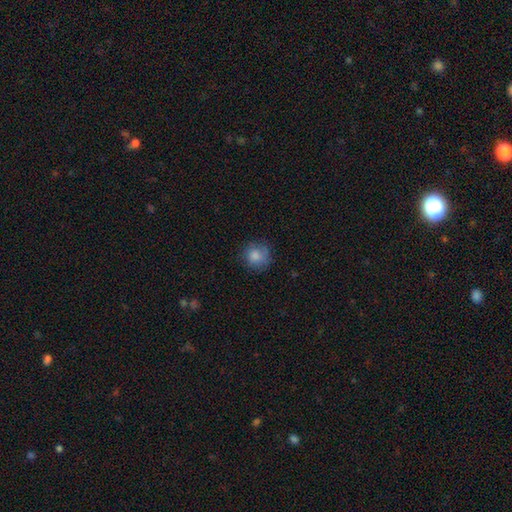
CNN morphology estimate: A smooth galaxy with no disk features (81%) that is round (88%). Merging: none (71%).